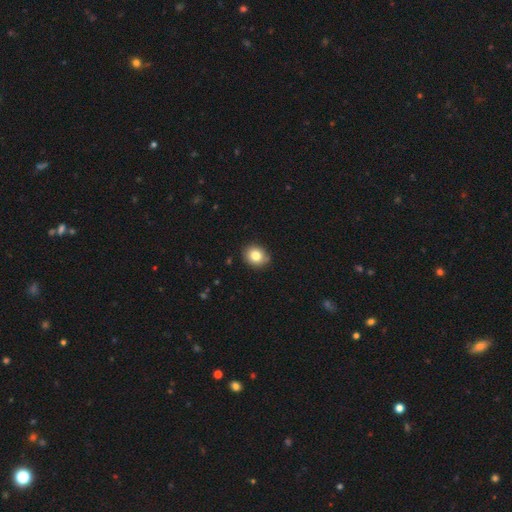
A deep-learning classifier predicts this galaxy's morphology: The model was most divided on "how rounded": round: 69%, in between: 30%, cigar-shaped: 1%. More confident: merging — none (85%); smooth or featured — smooth (81%).